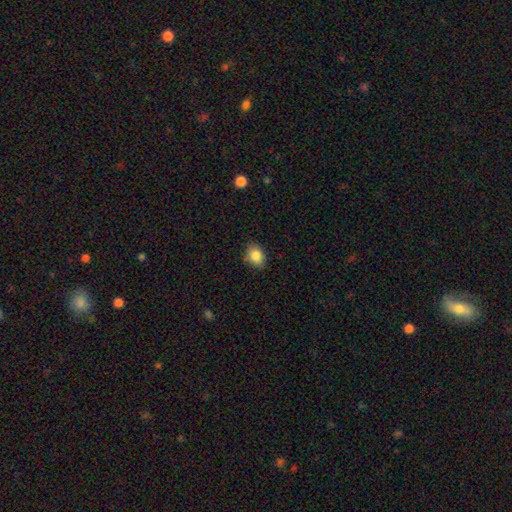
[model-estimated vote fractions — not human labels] smooth_or_featured: smooth (p=0.85) [alt: star or artifact p=0.09]
how_rounded: in between (p=0.69) [alt: round p=0.30]
merging: none (p=0.81) [alt: minor disturbance p=0.15]